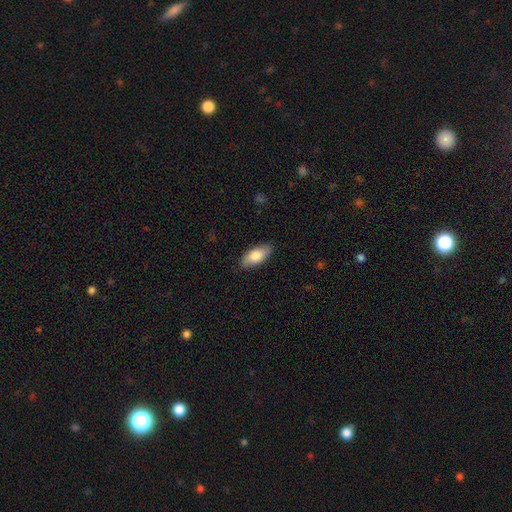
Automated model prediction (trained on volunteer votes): This is likely a smooth galaxy (79%). How rounded: clearly in between (87%). Merging: clearly none (86%).